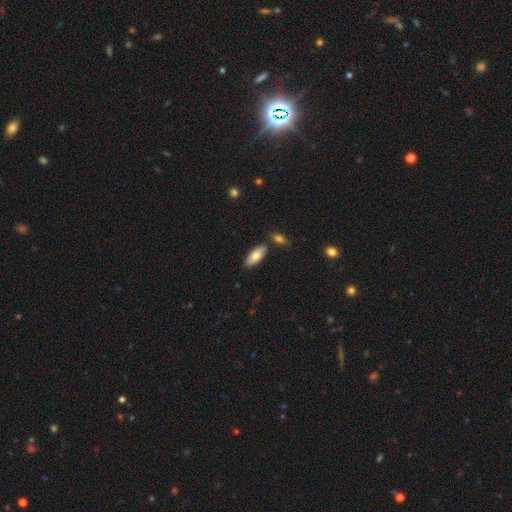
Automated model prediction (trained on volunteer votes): Smooth or featured? smooth (77%)
How rounded? in between (81%)
Merging? none (79%)